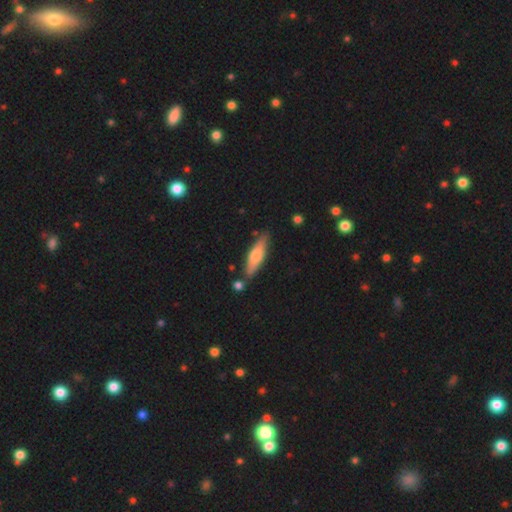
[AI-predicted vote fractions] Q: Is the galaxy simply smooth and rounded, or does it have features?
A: smooth — 61%.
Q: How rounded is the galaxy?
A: cigar-shaped — 67%.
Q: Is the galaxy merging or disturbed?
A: none — 80%.